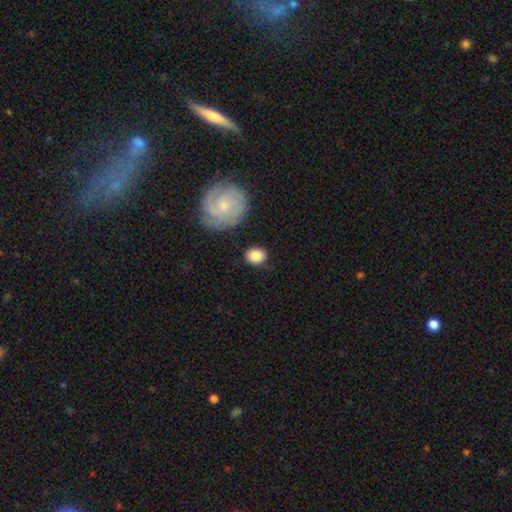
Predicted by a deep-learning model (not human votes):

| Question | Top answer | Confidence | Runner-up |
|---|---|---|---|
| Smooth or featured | smooth | 83% | featured or disk (11%) |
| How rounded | round | 62% | in between (37%) |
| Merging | none | 78% | minor disturbance (15%) |